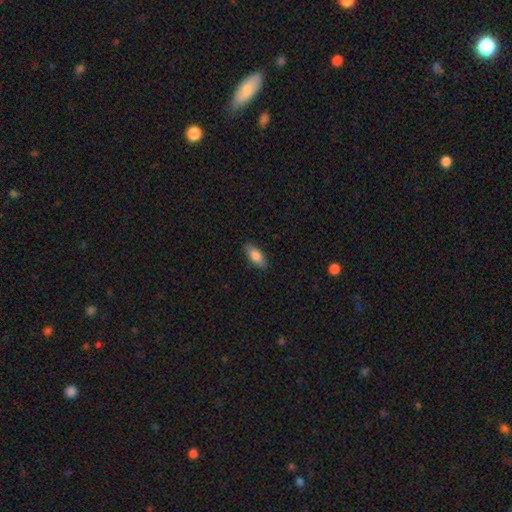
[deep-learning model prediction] Morphology: type=smooth (83%); roundness=in between (84%); merging=none (87%).